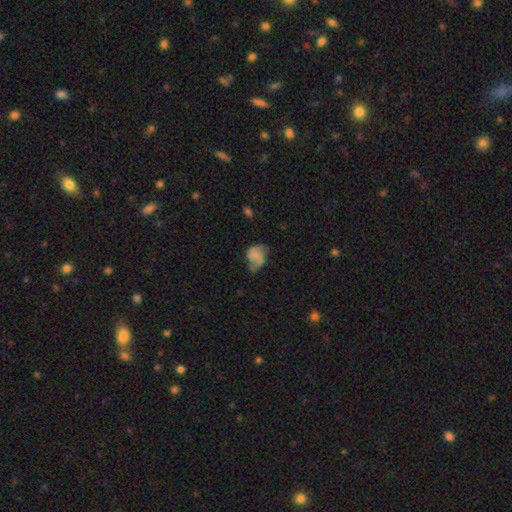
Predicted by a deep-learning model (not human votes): Smooth or featured? Predicted: featured or disk (p=0.50). Edge-on disk? Predicted: no (p=0.98). Merging? Predicted: none (p=0.44).